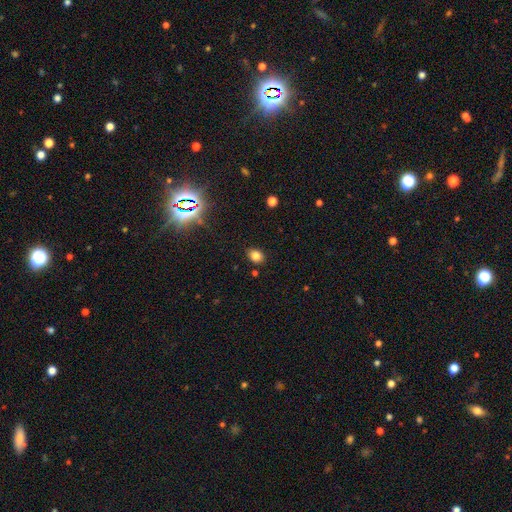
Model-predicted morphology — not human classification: Smooth or featured?
  - smooth: 80% *
  - star or artifact: 14%
  - featured or disk: 6%
How rounded?
  - in between: 58% *
  - round: 41%
  - cigar-shaped: 1%
Merging?
  - none: 86% *
  - minor disturbance: 10%
  - major disturbance: 3%
  - merger: 2%